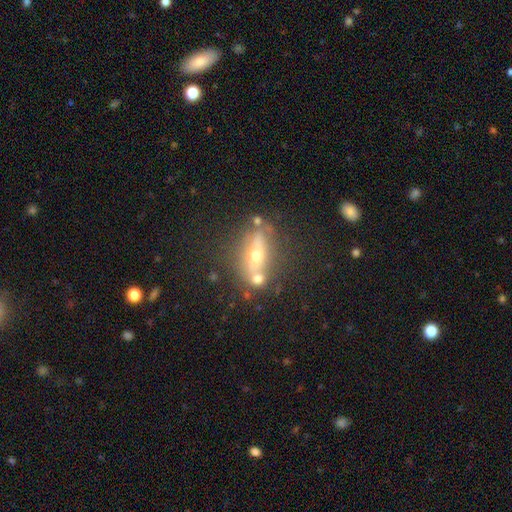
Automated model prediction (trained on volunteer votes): Q: Smooth or featured?
A: featured or disk (51%); runner-up: smooth (36%)
Q: Edge-on disk?
A: no (51%); runner-up: yes (49%)
Q: Merging?
A: none (60%); runner-up: merger (17%)